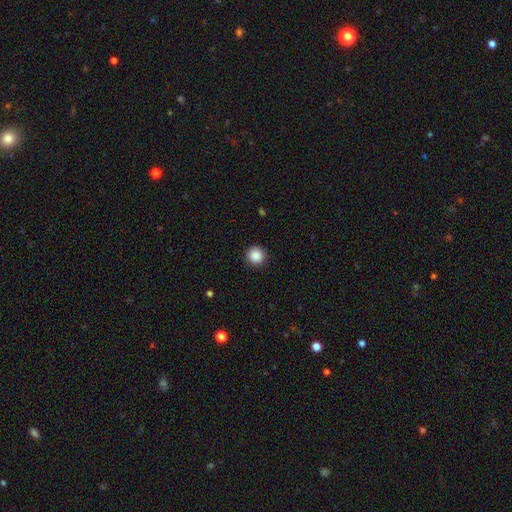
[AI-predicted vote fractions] Morphology: type=smooth (88%); roundness=round (95%); merging=none (92%).